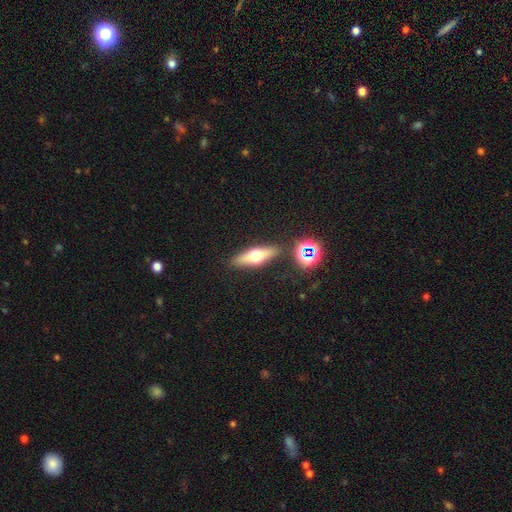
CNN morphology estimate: The model was most divided on "smooth or featured": featured or disk: 46%, smooth: 45%, star or artifact: 10%. More confident: merging — none (85%).